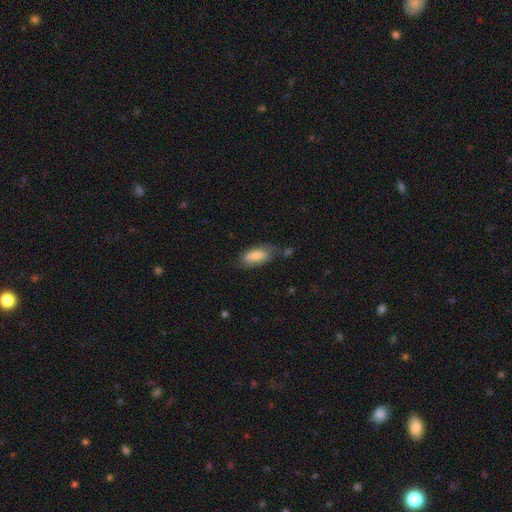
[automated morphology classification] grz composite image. It shows a smooth galaxy with no disk features (78%) that is in between round and cigar-shaped (84%). Merging: none (59%).